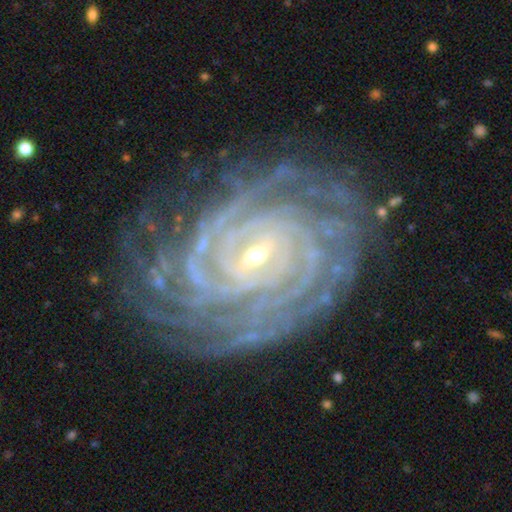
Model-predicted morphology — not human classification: featured or disk 92%, star or artifact 5%, smooth 3%. Down the decision tree: edge-on disk — no (97%); bar — no (42%); spiral arms — yes (99%); spiral arm count — more than 4 (27%); spiral winding — tight (88%); bulge size — small (75%); merging — none (78%).